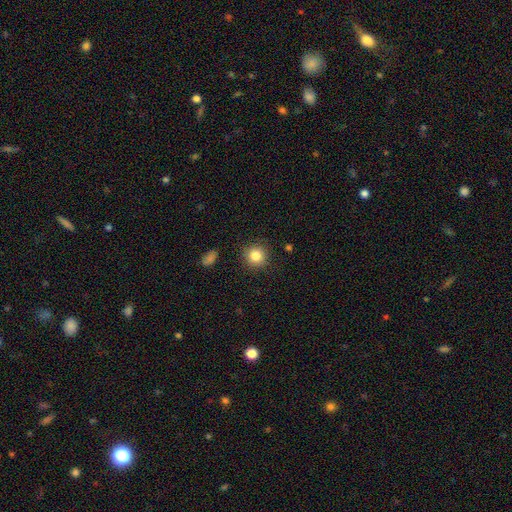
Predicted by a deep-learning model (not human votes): Smooth or featured?
  - smooth: 83% *
  - star or artifact: 10%
  - featured or disk: 6%
How rounded?
  - round: 92% *
  - in between: 7%
  - cigar-shaped: 1%
Merging?
  - none: 89% *
  - minor disturbance: 7%
  - major disturbance: 2%
  - merger: 1%